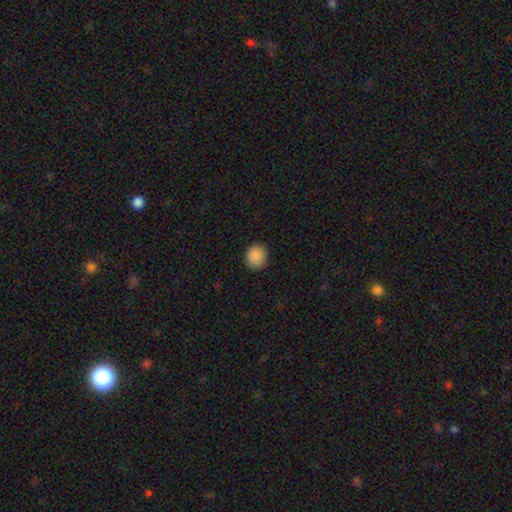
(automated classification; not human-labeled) smooth_or_featured: smooth (p=0.88) [alt: star or artifact p=0.09]
how_rounded: round (p=0.85) [alt: in between p=0.15]
merging: none (p=0.88) [alt: minor disturbance p=0.09]